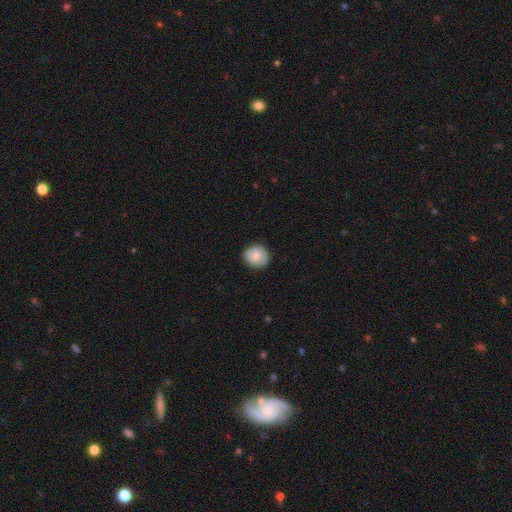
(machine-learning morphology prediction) smooth_or_featured: smooth (p=0.80) [alt: featured or disk p=0.12]
how_rounded: round (p=0.77) [alt: in between p=0.22]
merging: none (p=0.83) [alt: minor disturbance p=0.13]